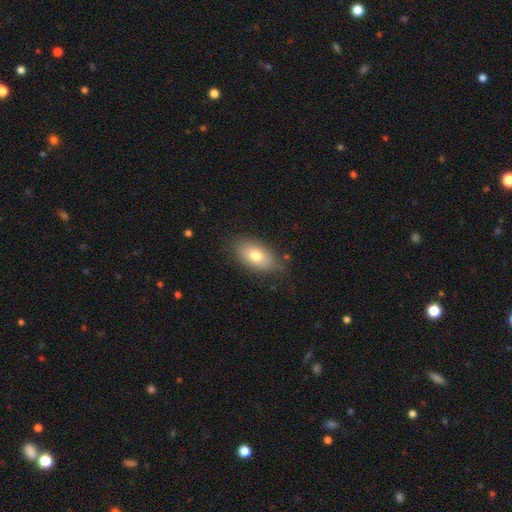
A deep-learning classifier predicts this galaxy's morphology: smooth_or_featured: smooth (p=0.75) [alt: featured or disk p=0.17]
how_rounded: in between (p=0.89) [alt: round p=0.08]
merging: none (p=0.77) [alt: minor disturbance p=0.17]